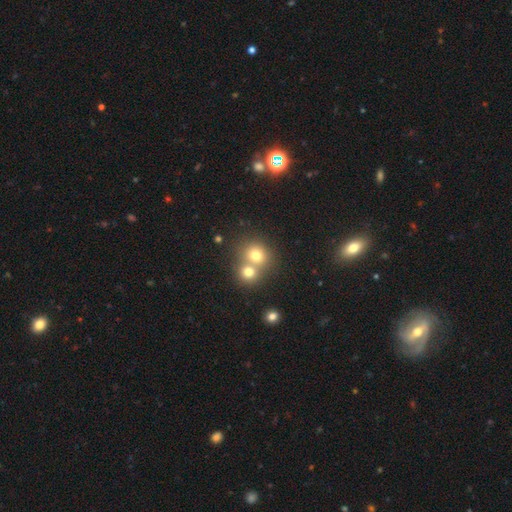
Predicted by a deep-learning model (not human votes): smooth 74%, star or artifact 13%, featured or disk 13%. Down the decision tree: how rounded — round (81%); merging — merger (54%).